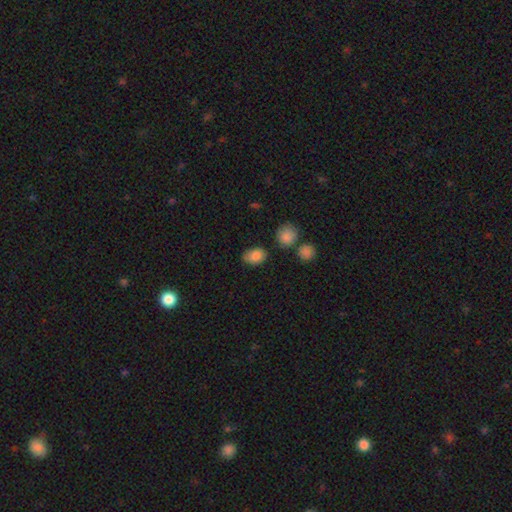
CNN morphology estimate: Smooth or featured? Predicted: smooth (p=0.85). How rounded? Predicted: in between (p=0.76). Merging? Predicted: none (p=0.71).